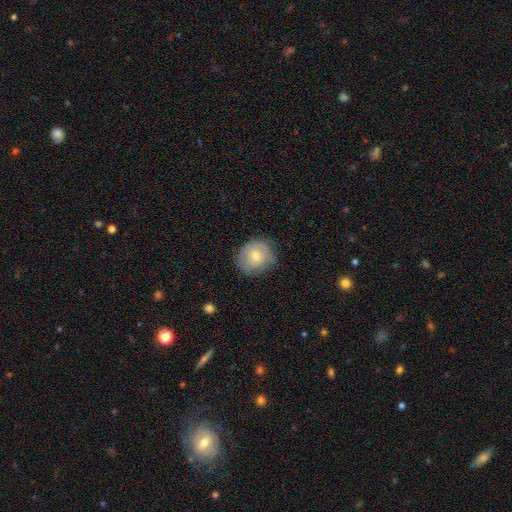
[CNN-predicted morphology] A smooth galaxy with no disk features (66%) that is round (76%).

Vote fractions:
- Smooth or featured? smooth: 66% / featured or disk: 27% / star or artifact: 7%
- How rounded? round: 76% / in between: 23% / cigar-shaped: 1%
- Merging? none: 71% / minor disturbance: 22% / major disturbance: 6% / merger: 1%